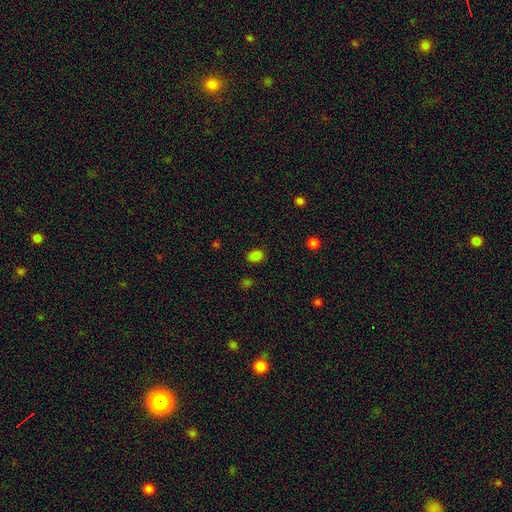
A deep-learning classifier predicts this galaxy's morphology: smooth 81%, star or artifact 16%, featured or disk 3%. Down the decision tree: how rounded — in between (74%); merging — none (84%).